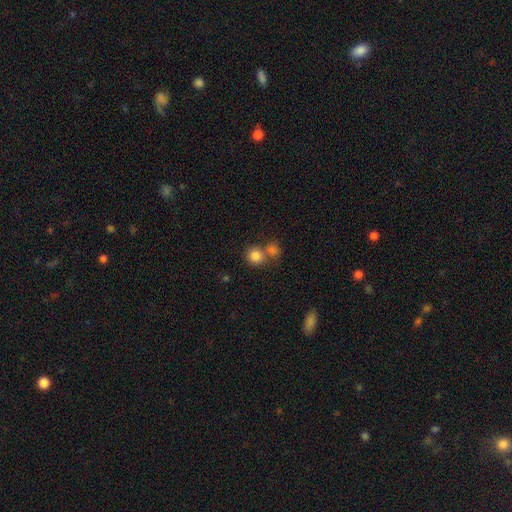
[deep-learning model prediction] Q: Smooth or featured?
A: smooth (83%); runner-up: star or artifact (11%)
Q: How rounded?
A: round (87%); runner-up: in between (12%)
Q: Merging?
A: none (51%); runner-up: merger (38%)